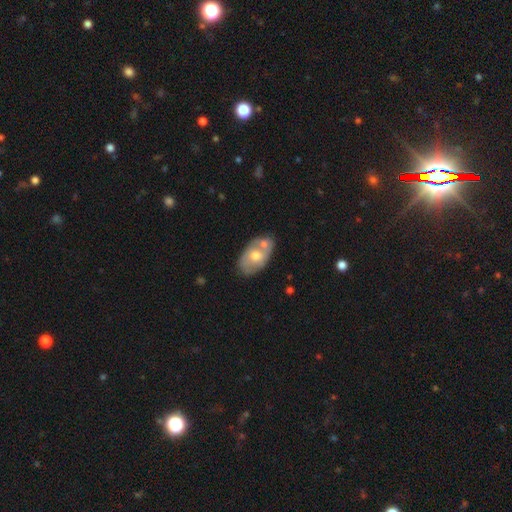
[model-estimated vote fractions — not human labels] This appears to be a smooth galaxy with no disk features (55%) that is in between round and cigar-shaped (89%). Merging: none (45%).